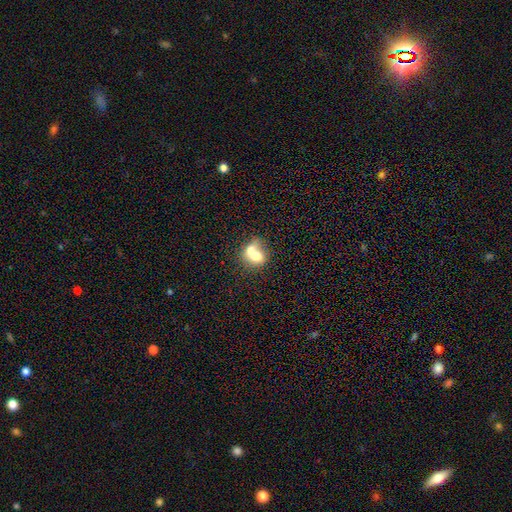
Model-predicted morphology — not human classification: Smooth or featured?
  - smooth: 65% *
  - featured or disk: 25%
  - star or artifact: 10%
How rounded?
  - round: 59% *
  - in between: 40%
  - cigar-shaped: 1%
Merging?
  - merger: 71% *
  - none: 18%
  - minor disturbance: 7%
  - major disturbance: 4%